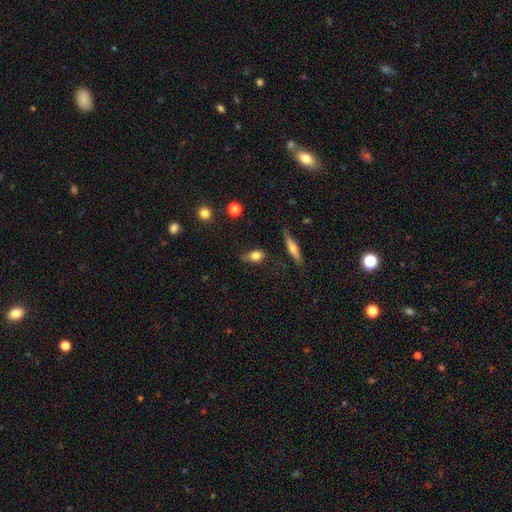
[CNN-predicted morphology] The model was most divided on "merging": none: 56%, minor disturbance: 31%, major disturbance: 10%, merger: 3%. More confident: smooth or featured — smooth (69%); how rounded — in between (68%).